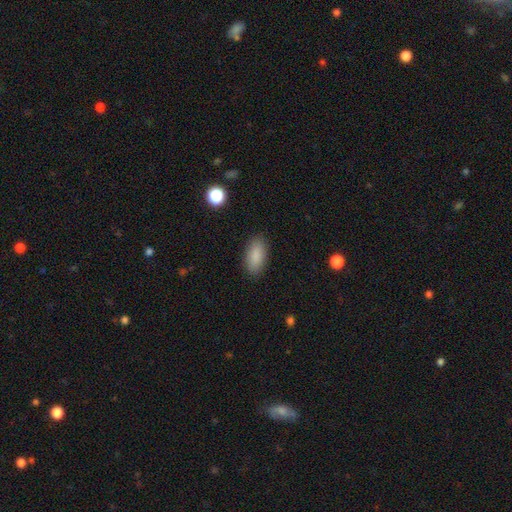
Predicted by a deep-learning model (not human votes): Morphology: type=smooth (88%); roundness=in between (91%); merging=none (88%).